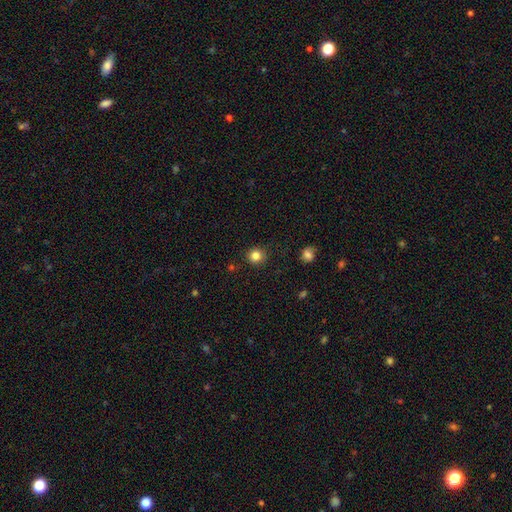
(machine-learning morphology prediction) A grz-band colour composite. It shows a smooth galaxy with no disk features (83%) that is round (92%). Merging: none (89%).